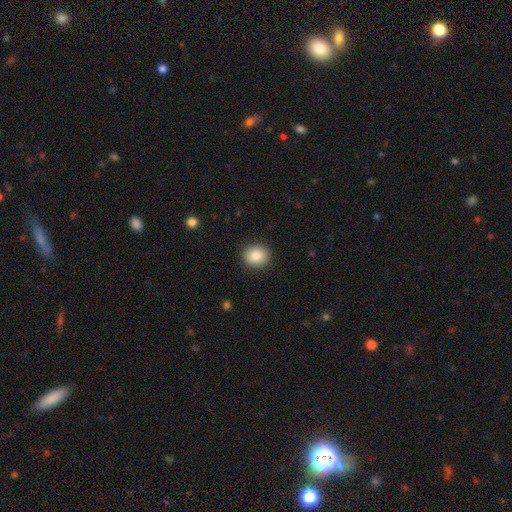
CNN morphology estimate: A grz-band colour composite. It shows a smooth galaxy with no disk features (85%) that is round (80%). Merging: none (91%).